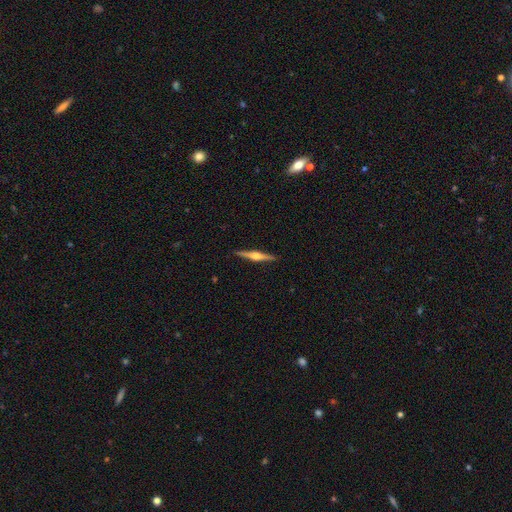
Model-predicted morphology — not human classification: A featured or disk galaxy (78%) viewed edge-on (98%) with a rounded central bulge (93%). Merging: none (92%).